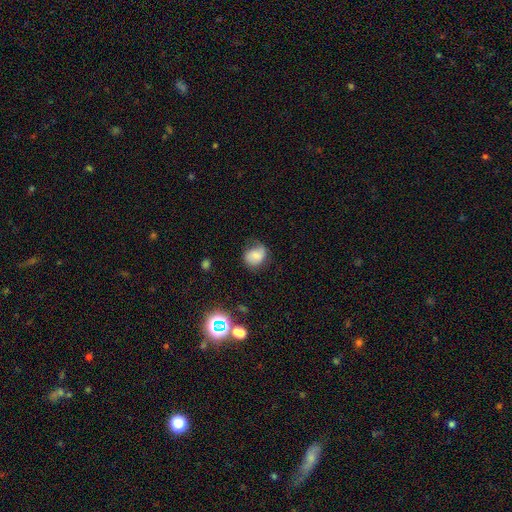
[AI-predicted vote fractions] The model was most divided on "how rounded": round: 55%, in between: 44%, cigar-shaped: 1%. More confident: smooth or featured — smooth (71%); merging — none (55%).